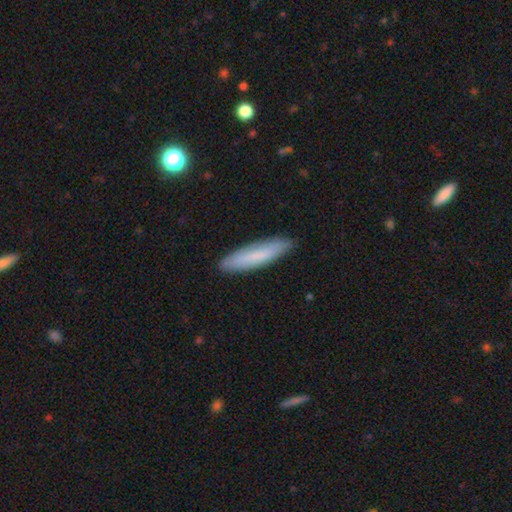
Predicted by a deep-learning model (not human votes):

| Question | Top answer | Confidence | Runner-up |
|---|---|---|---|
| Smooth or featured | smooth | 77% | featured or disk (17%) |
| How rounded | cigar-shaped | 83% | in between (16%) |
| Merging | none | 88% | minor disturbance (9%) |